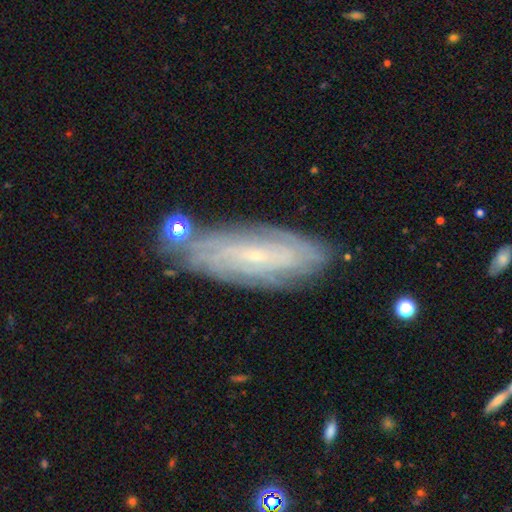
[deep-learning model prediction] smooth-or-featured: featured or disk: 74% | smooth: 19% | star or artifact: 7%
  disk-edge-on: no: 84% | yes: 16%
    bar: no: 54% | weak: 34% | strong: 12%
    has-spiral-arms: yes: 88% | no: 12%
      spiral-winding: tight: 70% | medium: 23% | loose: 7%
      spiral-arm-count: can't tell: 56% | 2: 14% | 4: 11% | 3: 8% | more than 4: 7% | 1: 4%
    bulge-size: small: 85% | moderate: 10% | none: 3% | large: 1% | dominant: 1%
  merging: none: 80% | minor disturbance: 14% | merger: 3% | major disturbance: 3%